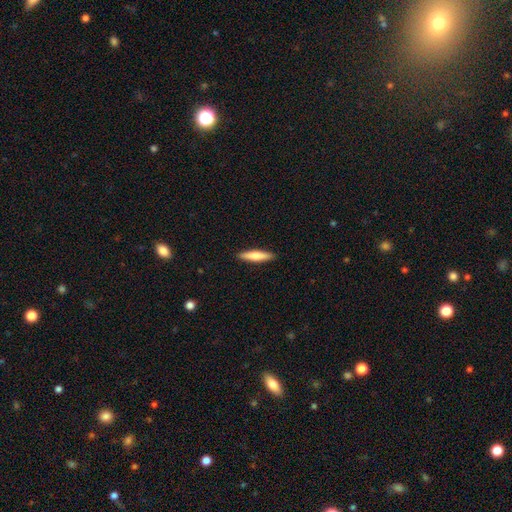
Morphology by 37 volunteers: smooth 70%, featured or disk 27%, star or artifact 3%. Down the decision tree: how rounded — cigar-shaped (77%); merging — none (100%).